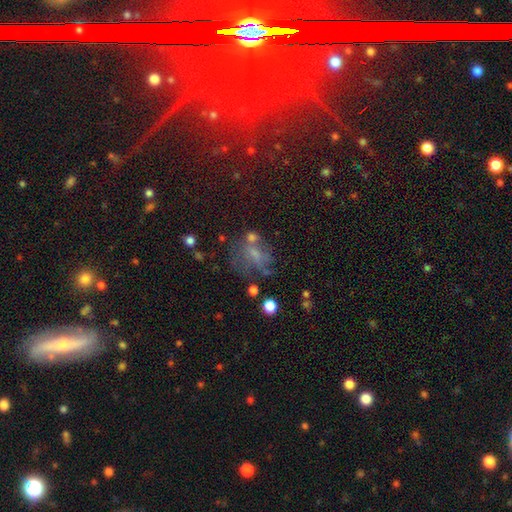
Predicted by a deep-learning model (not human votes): This appears to be a smooth galaxy with no disk features (43%). Merging: none (39%).